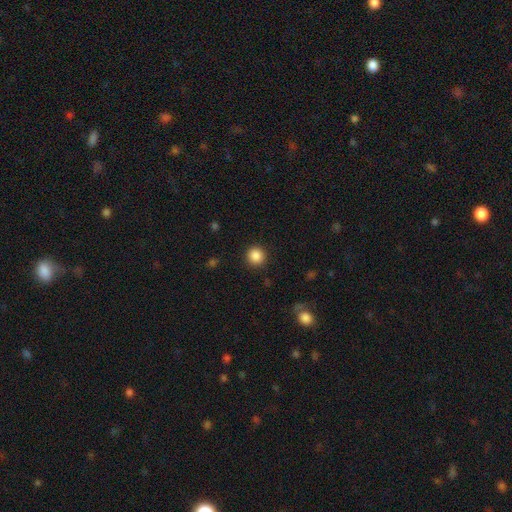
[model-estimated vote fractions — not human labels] Smooth or featured?
  - smooth: 87% *
  - star or artifact: 10%
  - featured or disk: 3%
How rounded?
  - round: 94% *
  - in between: 5%
  - cigar-shaped: 1%
Merging?
  - none: 91% *
  - minor disturbance: 6%
  - major disturbance: 2%
  - merger: 1%